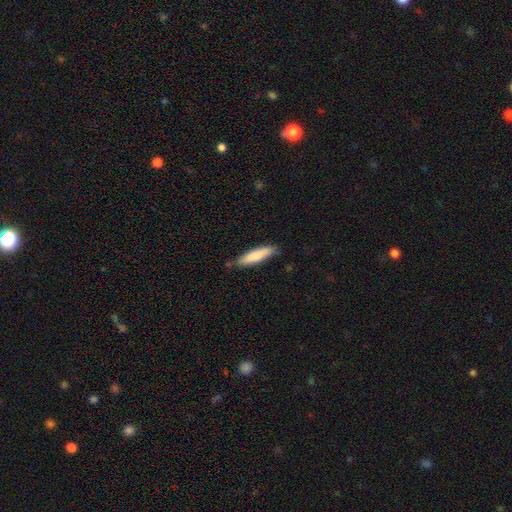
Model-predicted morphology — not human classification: smooth 76%, featured or disk 19%, star or artifact 5%. Down the decision tree: how rounded — cigar-shaped (73%); merging — none (74%).